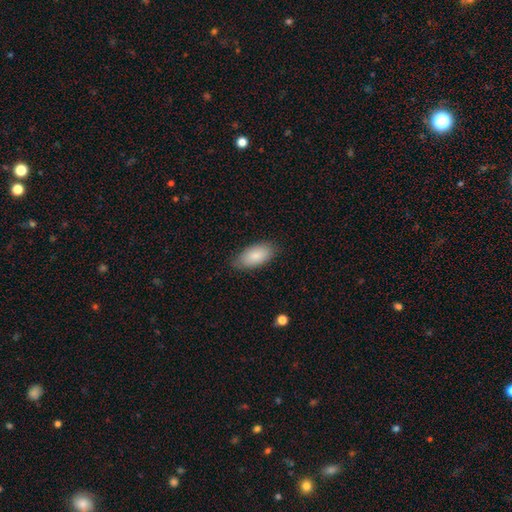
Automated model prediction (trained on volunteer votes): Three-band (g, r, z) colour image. It shows a smooth galaxy with no disk features (84%) that is in between round and cigar-shaped (93%). Merging: none (82%).